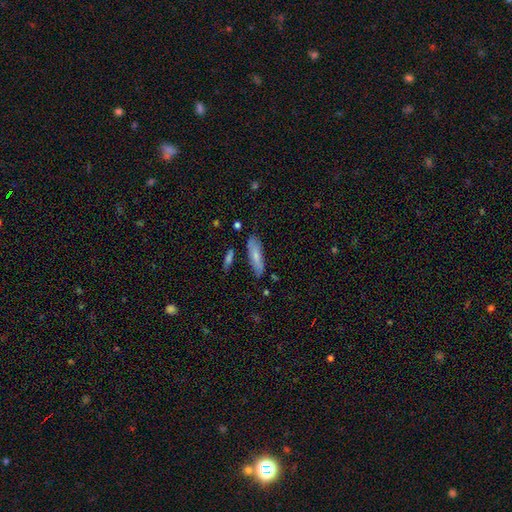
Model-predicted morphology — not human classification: Smooth or featured? smooth (66%)
How rounded? cigar-shaped (60%)
Merging? none (78%)